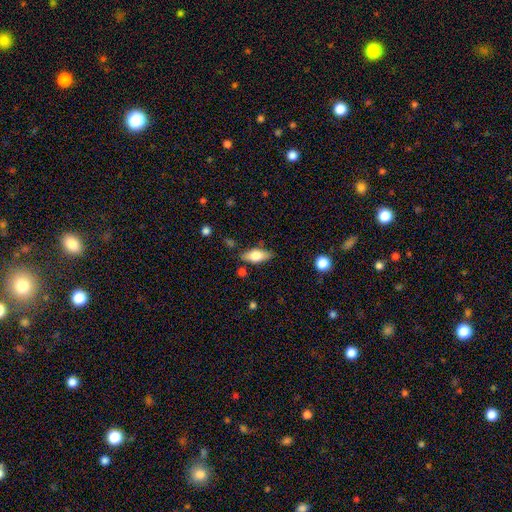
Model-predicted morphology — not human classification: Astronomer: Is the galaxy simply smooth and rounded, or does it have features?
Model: smooth — 67%.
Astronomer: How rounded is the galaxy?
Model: in between — 82%.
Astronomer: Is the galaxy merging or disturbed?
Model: none — 79%.